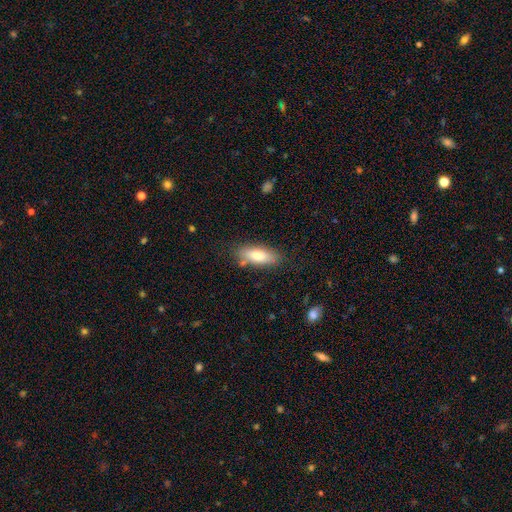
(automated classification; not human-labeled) Morphology: type=smooth (76%); roundness=in between (75%); merging=none (79%).